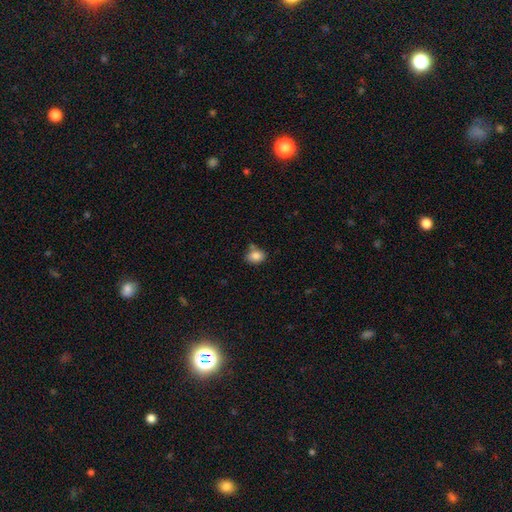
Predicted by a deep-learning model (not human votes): The model was most divided on "how rounded": in between: 63%, round: 35%, cigar-shaped: 1%. More confident: smooth or featured — smooth (84%); merging — none (63%).